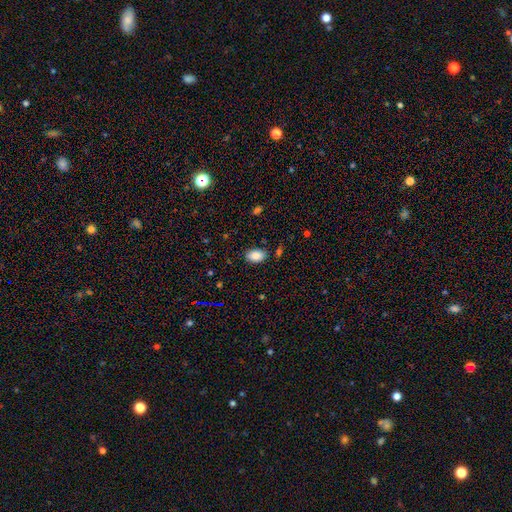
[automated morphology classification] Smooth or featured?
  - smooth: 85% *
  - star or artifact: 8%
  - featured or disk: 6%
How rounded?
  - in between: 89% *
  - round: 10%
  - cigar-shaped: 1%
Merging?
  - none: 84% *
  - minor disturbance: 11%
  - major disturbance: 3%
  - merger: 3%